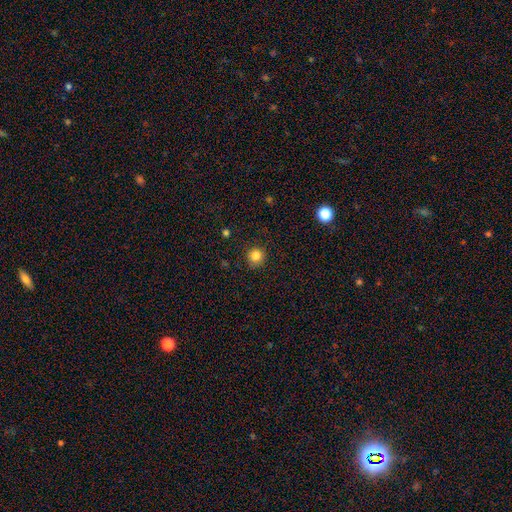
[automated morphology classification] Smooth or featured? Predicted: smooth (p=0.84). How rounded? Predicted: round (p=0.93). Merging? Predicted: none (p=0.89).